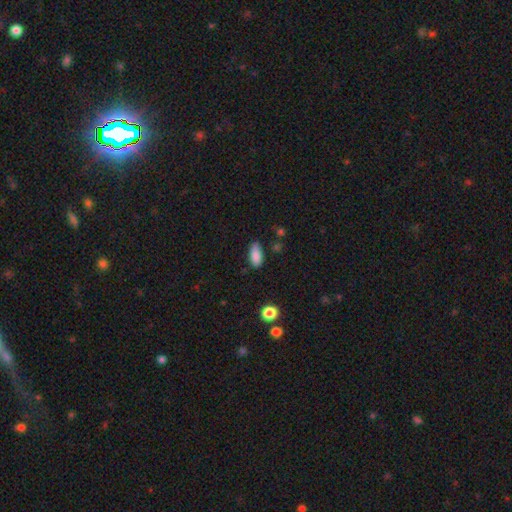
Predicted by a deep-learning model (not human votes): smooth 86%, star or artifact 8%, featured or disk 6%. Down the decision tree: how rounded — in between (79%); merging — none (69%).